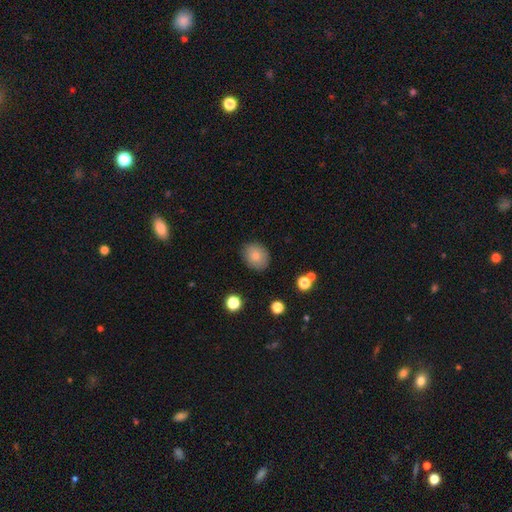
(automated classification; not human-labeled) Overall: smooth (82%). How rounded: round (58%; in between 41%). Merging: none (84%).